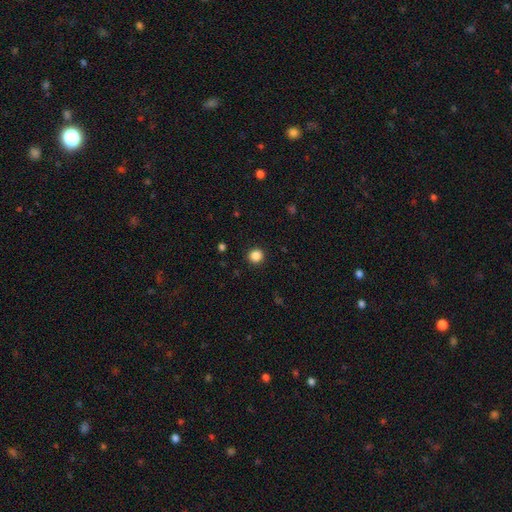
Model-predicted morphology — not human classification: This appears to be a smooth galaxy with no disk features (86%) that is round (93%). Merging: none (92%).